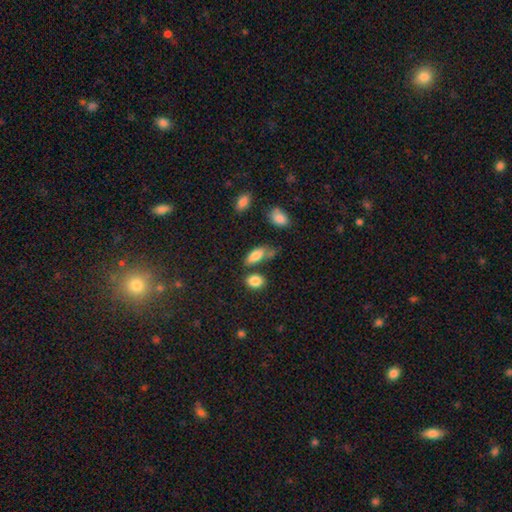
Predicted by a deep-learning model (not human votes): Smooth or featured: smooth — 82% (featured or disk — 10%)
How rounded: in between — 83% (cigar-shaped — 13%)
Merging: none — 56% (minor disturbance — 21%)